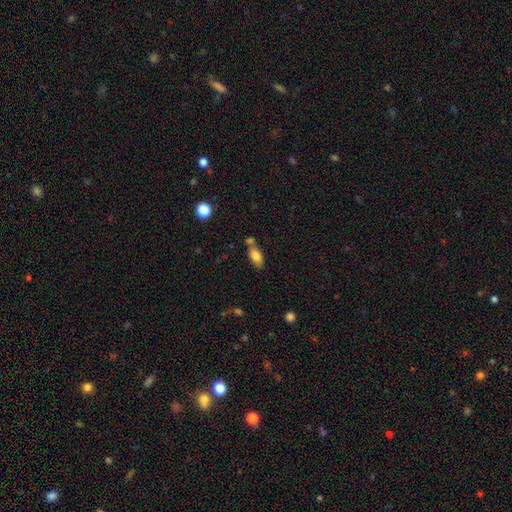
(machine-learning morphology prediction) smooth_or_featured: smooth (p=0.80) [alt: featured or disk p=0.12]
how_rounded: in between (p=0.86) [alt: cigar-shaped p=0.10]
merging: none (p=0.54) [alt: merger p=0.26]